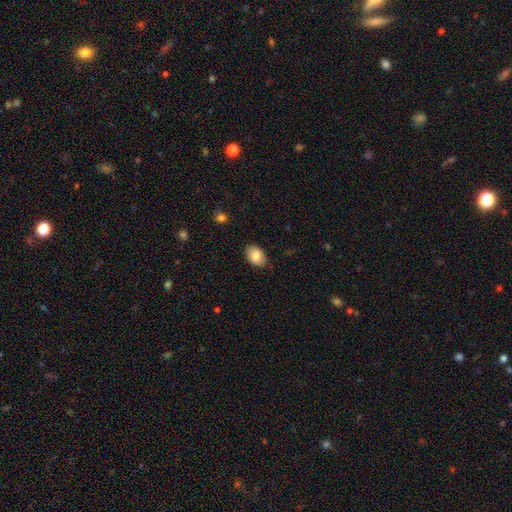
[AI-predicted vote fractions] This appears to be a smooth galaxy with no disk features (84%) that is in between round and cigar-shaped (87%). Merging: none (85%).